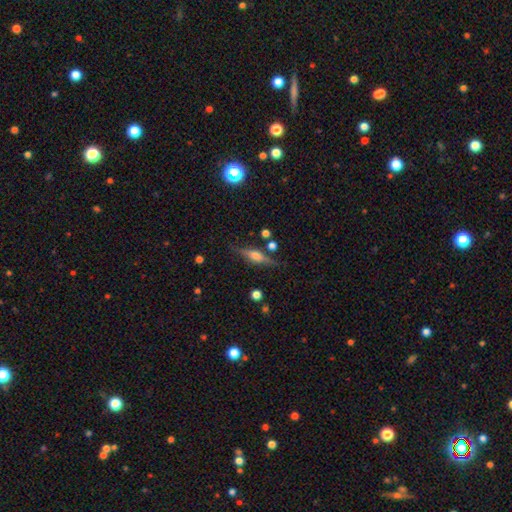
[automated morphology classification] A featured or disk galaxy (66%) viewed edge-on (95%) with a rounded central bulge (85%). Merging: none (82%).